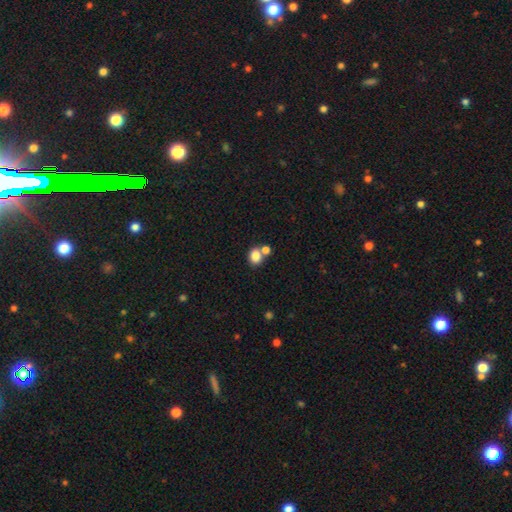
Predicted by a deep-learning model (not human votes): Smooth or featured? smooth (83%)
How rounded? round (54%)
Merging? none (53%)